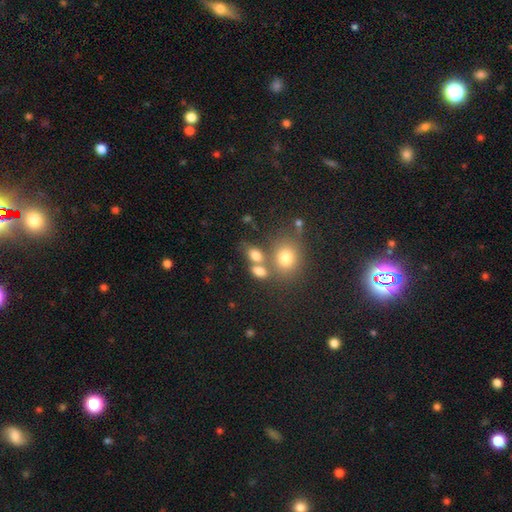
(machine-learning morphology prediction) Overall: smooth (76%). How rounded: in between (73%). Merging: none (44%; merger 38%).